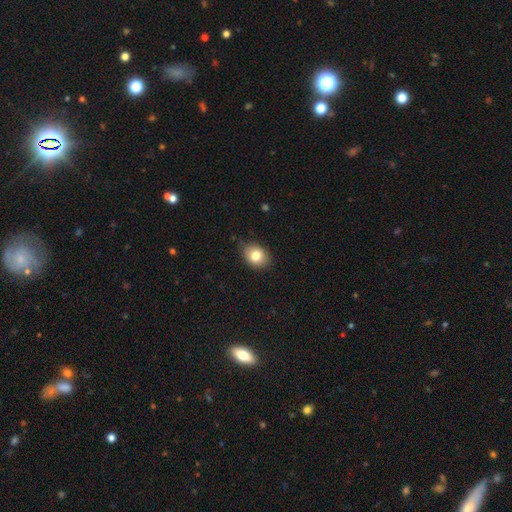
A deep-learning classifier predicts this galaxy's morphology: Smooth or featured?
  - smooth: 81% *
  - featured or disk: 10%
  - star or artifact: 9%
How rounded?
  - in between: 58% *
  - round: 41%
  - cigar-shaped: 1%
Merging?
  - none: 82% *
  - minor disturbance: 15%
  - major disturbance: 2%
  - merger: 1%